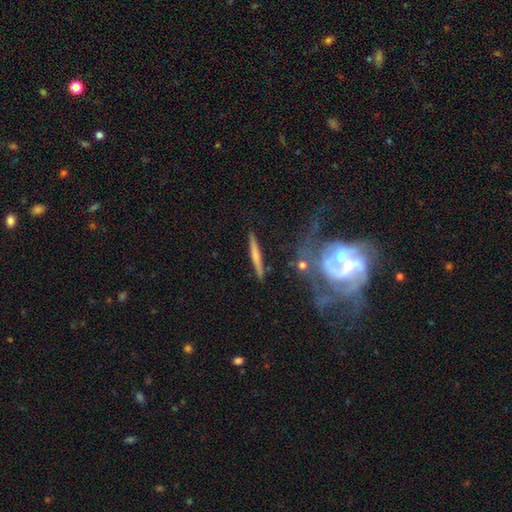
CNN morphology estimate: smooth-or-featured: featured or disk: 48% | smooth: 46% | star or artifact: 6%
  merging: none: 78% | minor disturbance: 12% | merger: 5% | major disturbance: 4%